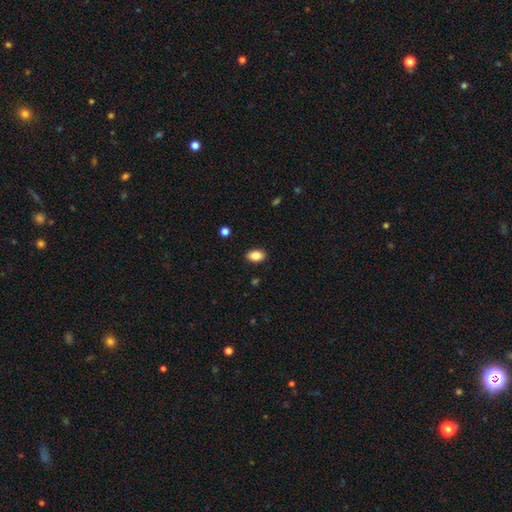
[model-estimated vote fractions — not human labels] smooth 86%, star or artifact 8%, featured or disk 5%. Down the decision tree: how rounded — in between (88%); merging — none (89%).